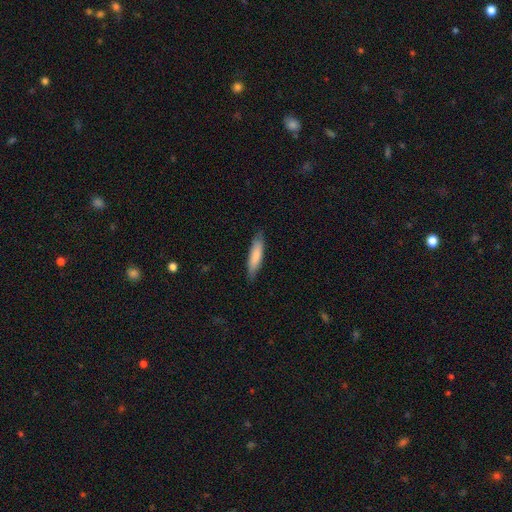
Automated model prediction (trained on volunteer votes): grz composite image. It shows a smooth galaxy with no disk features (80%) that is cigar-shaped (75%). Merging: none (84%).